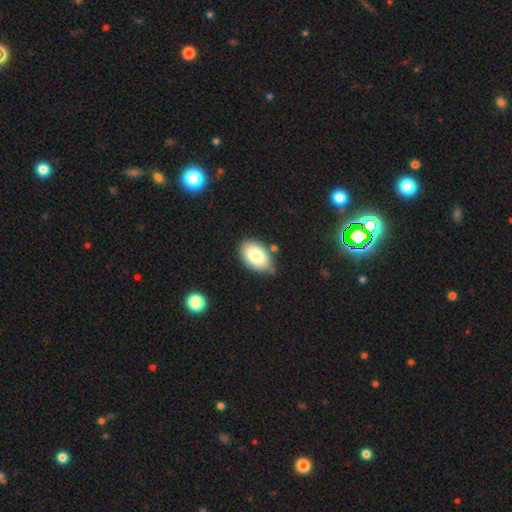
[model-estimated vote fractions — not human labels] Smooth or featured? smooth (80%)
How rounded? in between (91%)
Merging? none (75%)